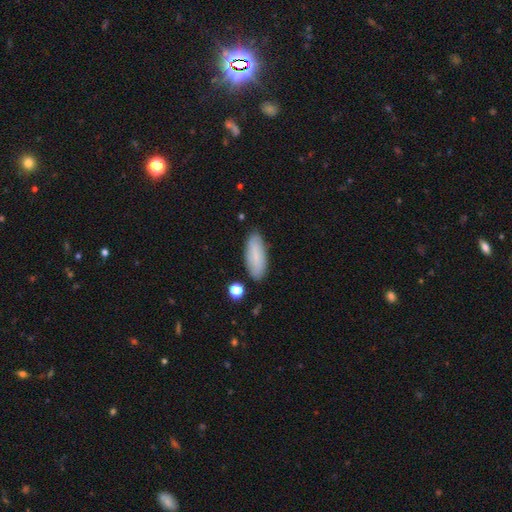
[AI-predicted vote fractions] Smooth or featured?
  - smooth: 77% *
  - featured or disk: 16%
  - star or artifact: 7%
How rounded?
  - in between: 73% *
  - cigar-shaped: 25%
  - round: 2%
Merging?
  - none: 83% *
  - minor disturbance: 12%
  - major disturbance: 3%
  - merger: 2%